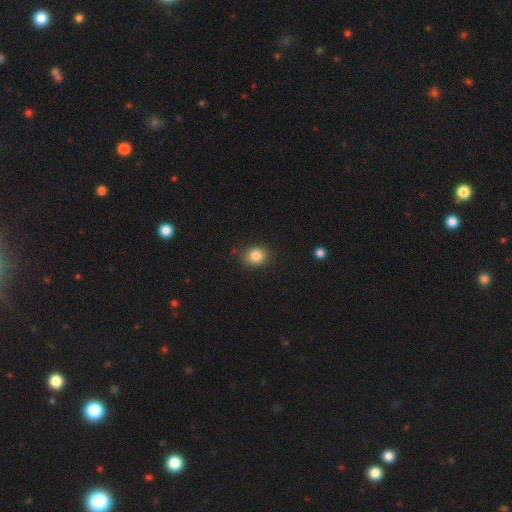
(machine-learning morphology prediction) A smooth galaxy with no disk features (84%) that is round (67%). Merging: none (85%).